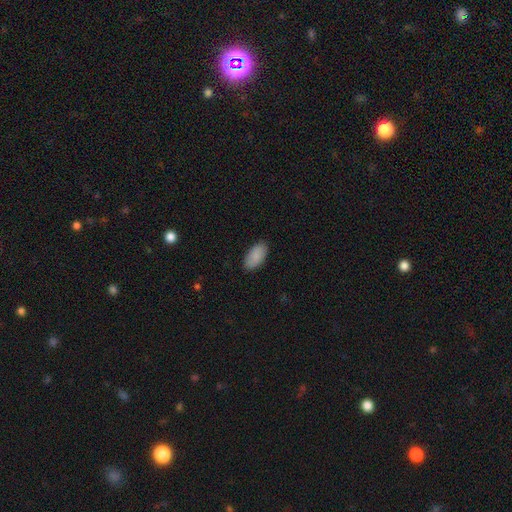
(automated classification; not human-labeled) The model was most divided on "merging": none: 87%, minor disturbance: 10%, major disturbance: 2%, merger: 1%. More confident: how rounded — in between (94%); smooth or featured — smooth (89%).